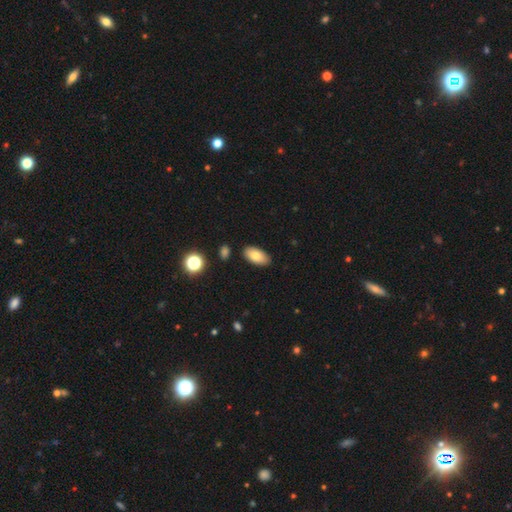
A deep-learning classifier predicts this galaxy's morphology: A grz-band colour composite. It shows a smooth galaxy with no disk features (82%) that is in between round and cigar-shaped (93%). Merging: none (87%).